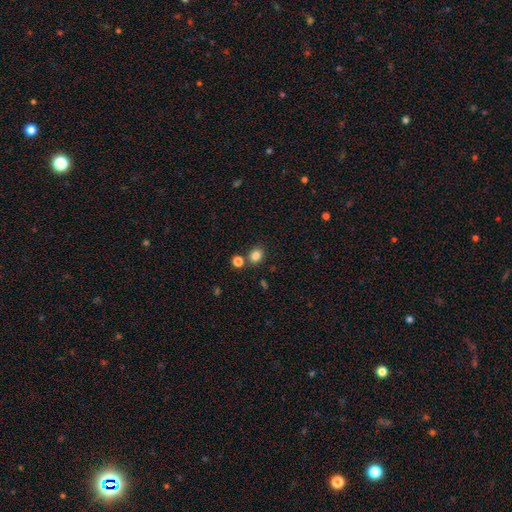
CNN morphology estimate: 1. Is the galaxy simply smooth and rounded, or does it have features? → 83% smooth, 12% star or artifact, 5% featured or disk.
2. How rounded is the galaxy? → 51% round, 48% in between, 1% cigar-shaped.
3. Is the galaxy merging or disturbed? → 75% none, 12% merger, 10% minor disturbance, 3% major disturbance.